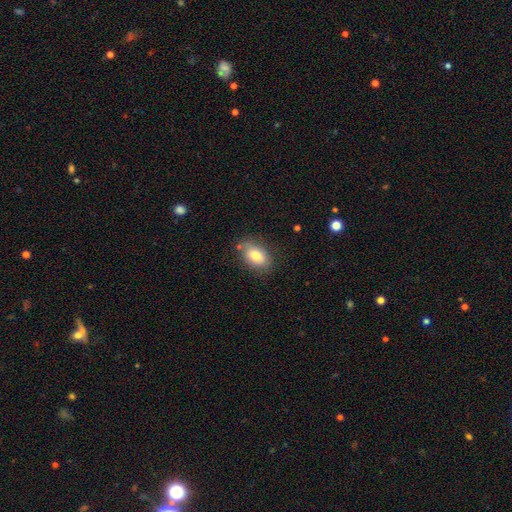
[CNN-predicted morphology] type=smooth (77%); roundness=in between (86%); merging=none (75%).